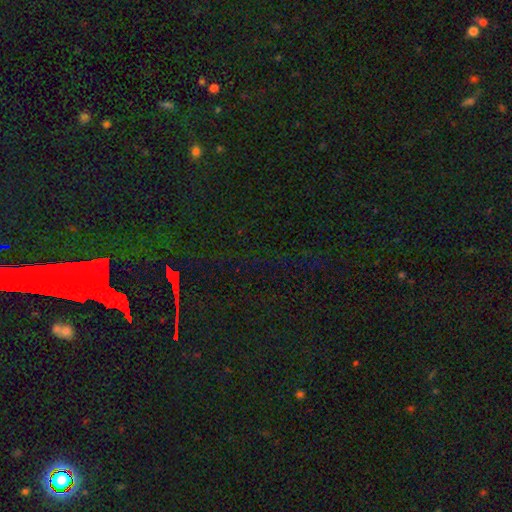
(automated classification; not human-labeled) Smooth or featured?
  - star or artifact: 76% *
  - featured or disk: 12%
  - smooth: 12%